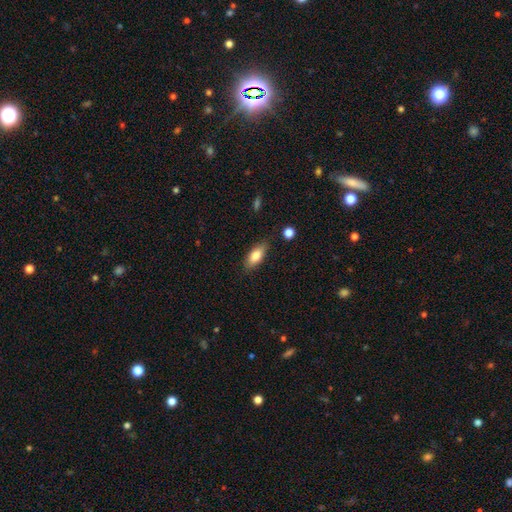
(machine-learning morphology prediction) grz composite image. It shows a smooth galaxy with no disk features (79%) that is in between round and cigar-shaped (81%). Merging: none (82%).